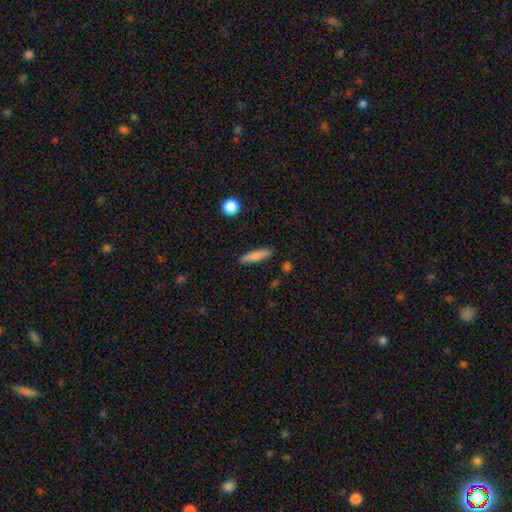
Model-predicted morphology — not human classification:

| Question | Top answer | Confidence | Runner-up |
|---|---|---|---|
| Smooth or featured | smooth | 80% | featured or disk (13%) |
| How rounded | cigar-shaped | 81% | in between (17%) |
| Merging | none | 88% | minor disturbance (9%) |